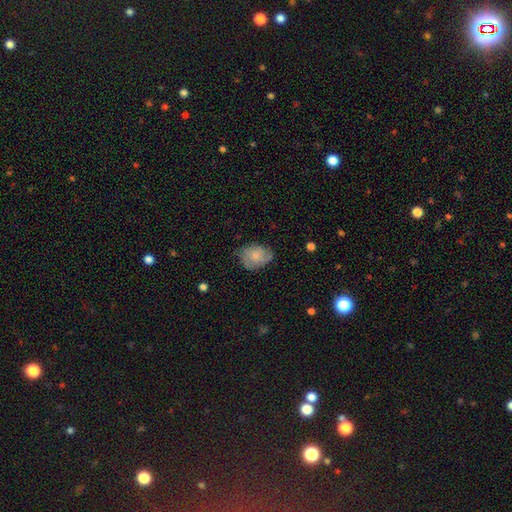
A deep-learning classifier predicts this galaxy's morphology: type=smooth (59%); roundness=in between (63%); merging=none (58%).